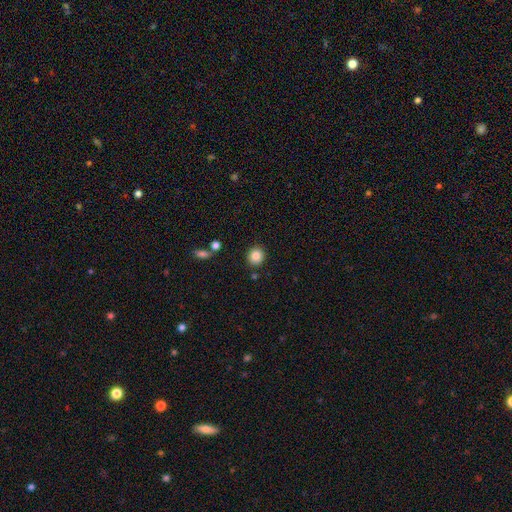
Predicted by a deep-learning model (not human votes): Smooth or featured?
  - smooth: 85% *
  - star or artifact: 9%
  - featured or disk: 6%
How rounded?
  - round: 85% *
  - in between: 14%
  - cigar-shaped: 1%
Merging?
  - none: 87% *
  - minor disturbance: 8%
  - merger: 3%
  - major disturbance: 2%